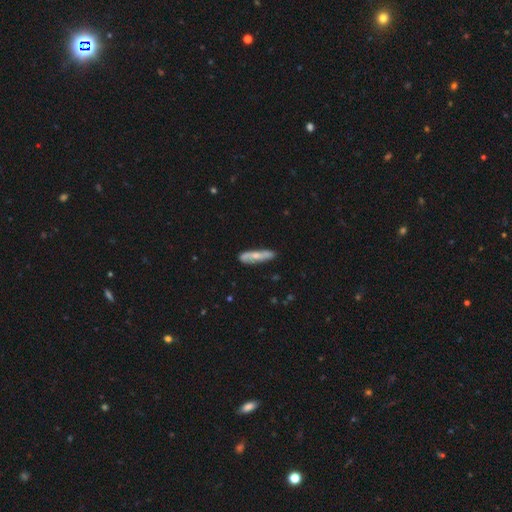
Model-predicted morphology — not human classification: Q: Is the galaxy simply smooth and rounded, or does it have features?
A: smooth — 53%.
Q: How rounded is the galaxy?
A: cigar-shaped — 79%.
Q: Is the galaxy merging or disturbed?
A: none — 79%.